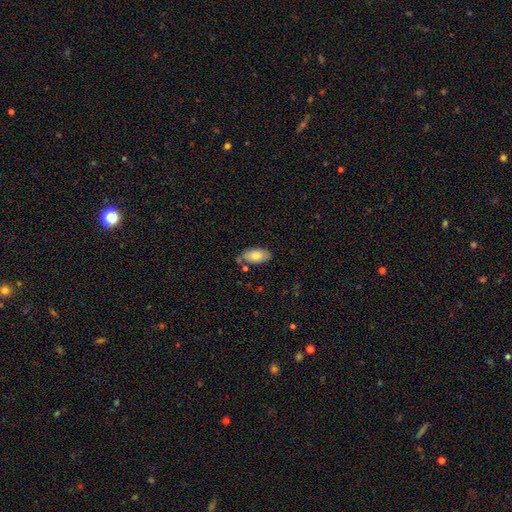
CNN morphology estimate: A smooth galaxy with no disk features (80%) that is in between round and cigar-shaped (94%). Merging: none (66%).